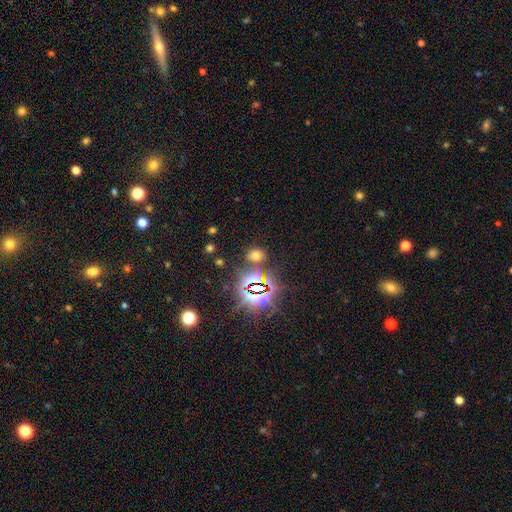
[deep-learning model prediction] smooth 53%, star or artifact 40%, featured or disk 7%. Down the decision tree: how rounded — round (54%); merging — none (79%).